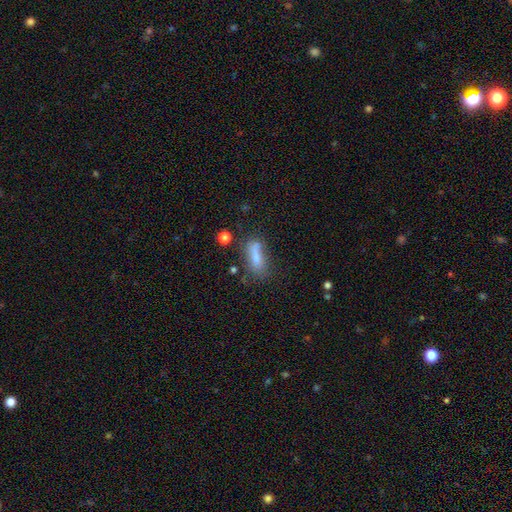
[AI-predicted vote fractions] Overall: smooth (70%). How rounded: in between (68%). Merging: none (44%; minor disturbance 23%).